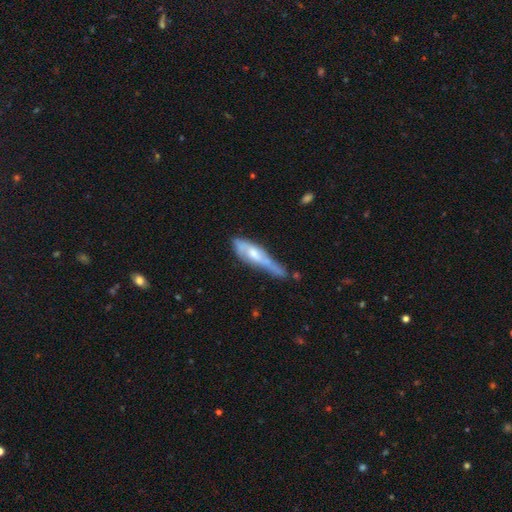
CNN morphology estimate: This is possibly a featured or disk galaxy (52%). It is likely viewed edge-on (65%). Merging: marginally minor disturbance (37%).